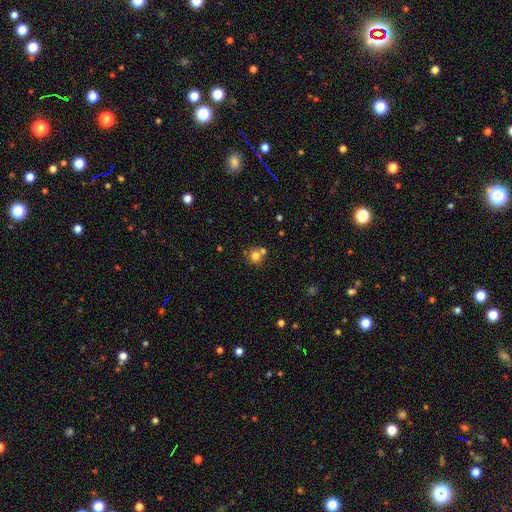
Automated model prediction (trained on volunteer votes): Smooth or featured? Predicted: smooth (p=0.76). How rounded? Predicted: round (p=0.90). Merging? Predicted: none (p=0.58).